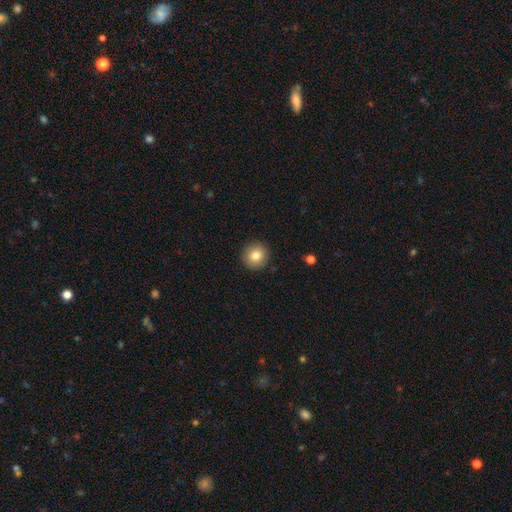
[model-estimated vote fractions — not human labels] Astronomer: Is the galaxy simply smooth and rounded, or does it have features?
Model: smooth — 82%.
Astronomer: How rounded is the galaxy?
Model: round — 92%.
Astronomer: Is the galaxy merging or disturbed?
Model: none — 91%.